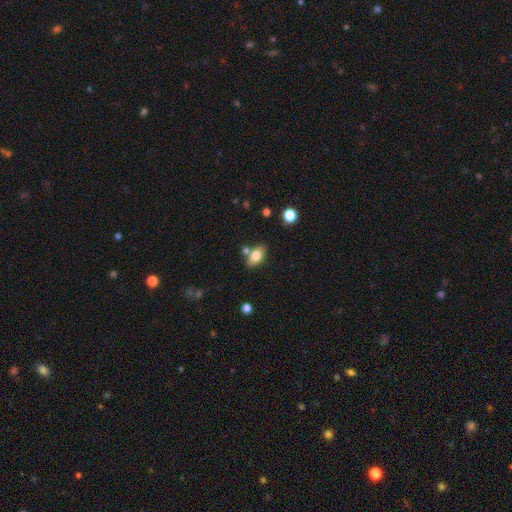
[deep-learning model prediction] smooth-or-featured: smooth: 77% | featured or disk: 14% | star or artifact: 9%
  how-rounded: in between: 86% | round: 11% | cigar-shaped: 3%
  merging: none: 70% | minor disturbance: 14% | merger: 14% | major disturbance: 3%